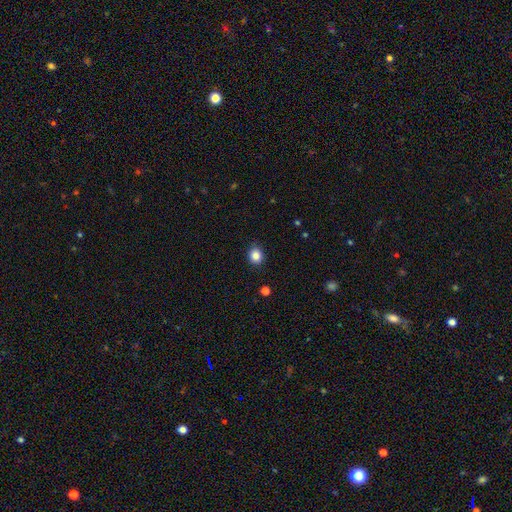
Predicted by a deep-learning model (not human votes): Morphology: type=smooth (85%); roundness=round (76%); merging=none (87%).